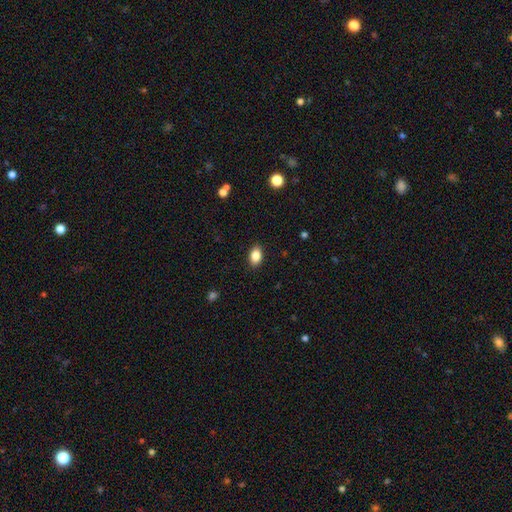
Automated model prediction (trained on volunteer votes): Overall: smooth (85%). How rounded: in between (87%). Merging: none (88%).